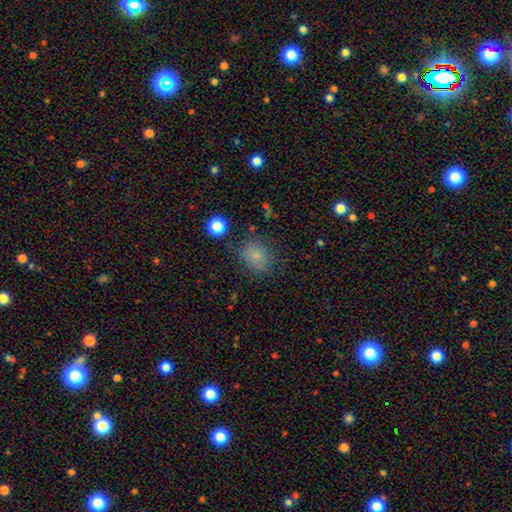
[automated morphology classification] type=smooth (79%); roundness=round (58%); merging=none (79%).